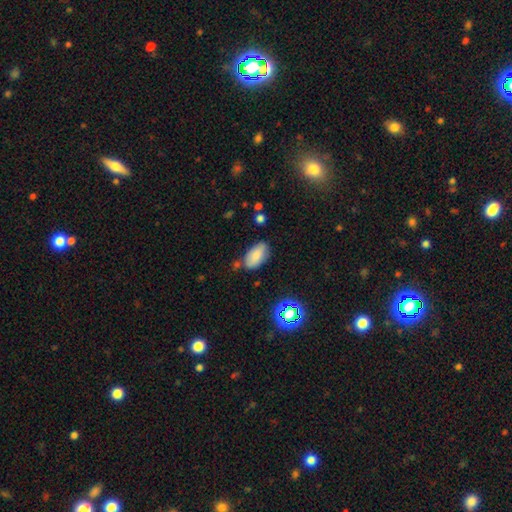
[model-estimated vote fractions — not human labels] A smooth galaxy with no disk features (80%) that is in between round and cigar-shaped (93%). Merging: none (70%).